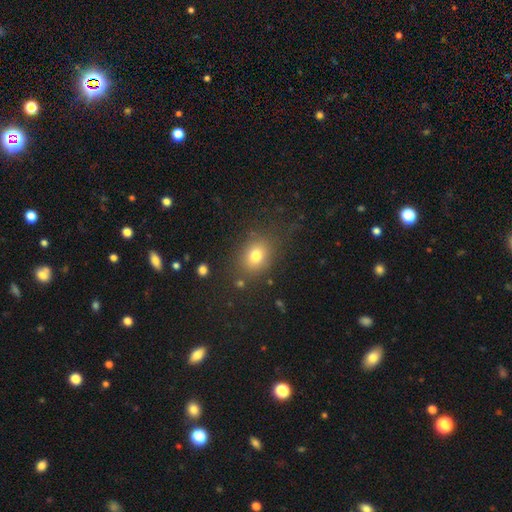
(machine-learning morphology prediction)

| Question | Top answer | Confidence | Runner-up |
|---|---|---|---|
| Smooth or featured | smooth | 77% | star or artifact (13%) |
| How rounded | in between | 50% | round (49%) |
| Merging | none | 78% | minor disturbance (13%) |